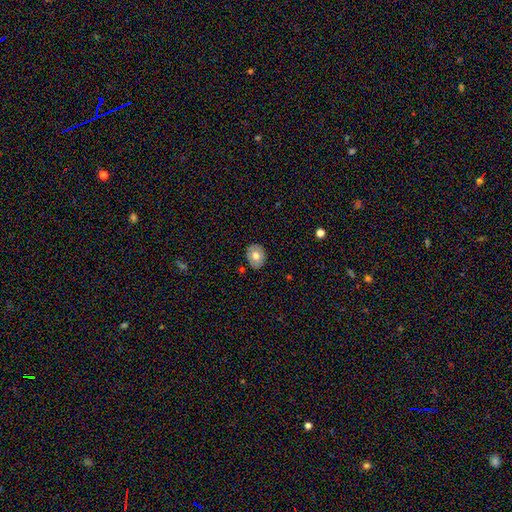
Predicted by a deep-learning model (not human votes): A smooth galaxy with no disk features (64%) that is in between round and cigar-shaped (58%).

Vote fractions:
- Smooth or featured? smooth: 64% / featured or disk: 29% / star or artifact: 7%
- How rounded? in between: 58% / round: 41% / cigar-shaped: 1%
- Merging? none: 85% / minor disturbance: 11% / major disturbance: 2% / merger: 1%